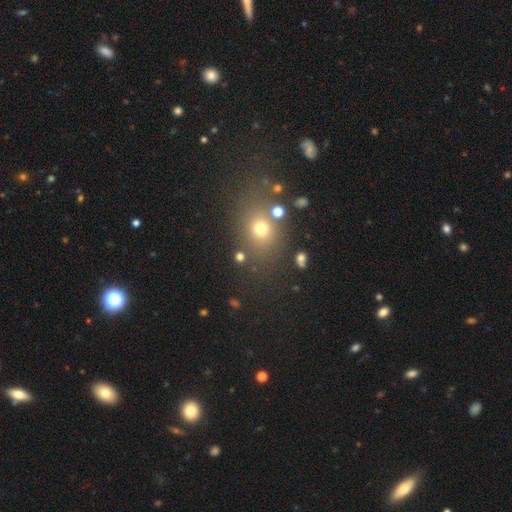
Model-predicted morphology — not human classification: smooth-or-featured: smooth: 57% | star or artifact: 30% | featured or disk: 13%
  how-rounded: round: 51% | in between: 47% | cigar-shaped: 2%
  merging: none: 78% | minor disturbance: 11% | merger: 6% | major disturbance: 5%